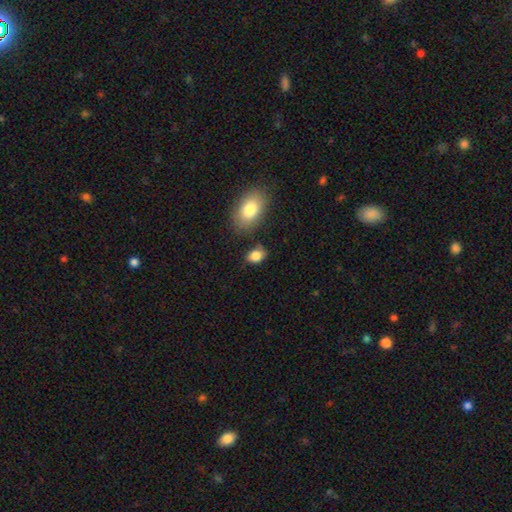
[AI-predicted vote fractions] The model was most divided on "how rounded": in between: 72%, round: 26%, cigar-shaped: 2%. More confident: smooth or featured — smooth (85%); merging — none (69%).